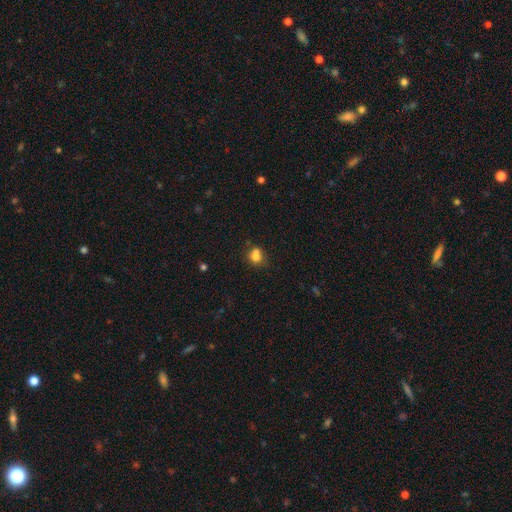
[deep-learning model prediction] The model was most divided on "merging": none: 44%, merger: 31%, minor disturbance: 17%, major disturbance: 7%. More confident: smooth or featured — smooth (77%); how rounded — round (65%).